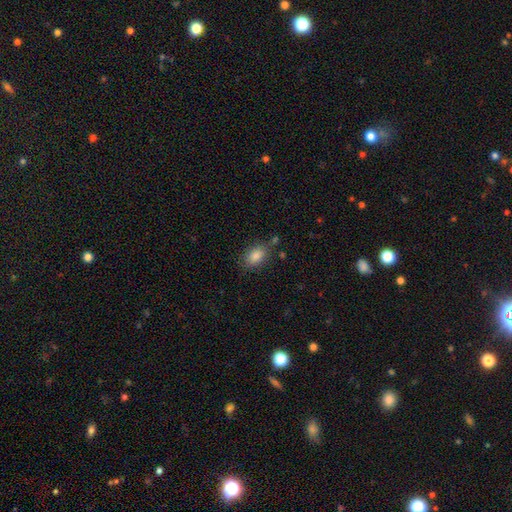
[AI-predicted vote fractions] This is clearly a smooth galaxy (86%). How rounded: clearly in between (87%). Merging: likely none (76%).